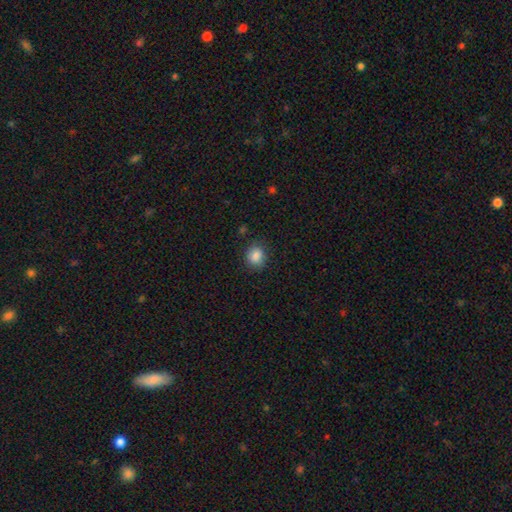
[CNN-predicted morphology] Smooth or featured? smooth (86%)
How rounded? round (72%)
Merging? none (85%)